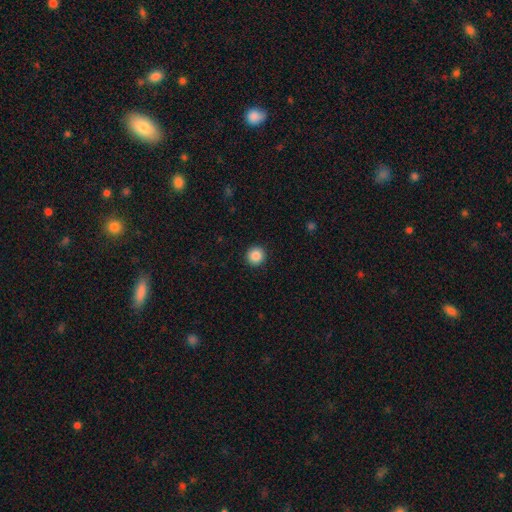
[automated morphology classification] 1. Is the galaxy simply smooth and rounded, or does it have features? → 88% smooth, 9% star or artifact, 3% featured or disk.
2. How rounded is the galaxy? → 95% round, 4% in between, 1% cigar-shaped.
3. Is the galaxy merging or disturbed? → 93% none, 4% minor disturbance, 2% major disturbance, 1% merger.